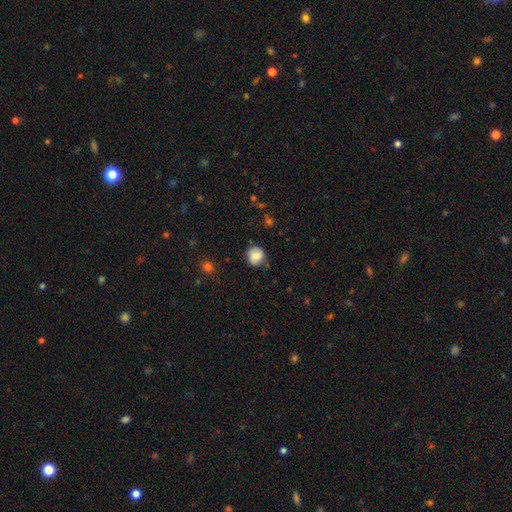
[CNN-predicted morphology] Smooth or featured? smooth (78%)
How rounded? round (83%)
Merging? none (73%)